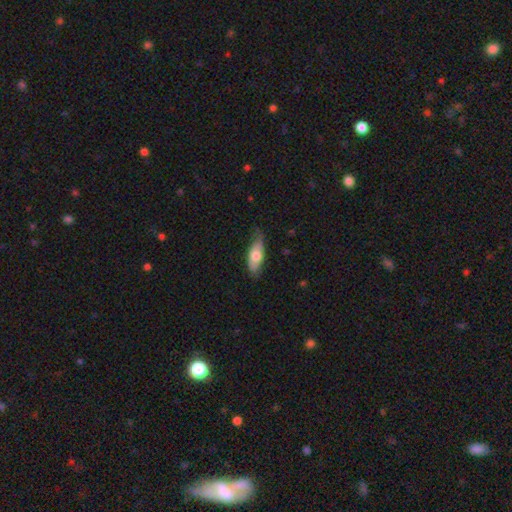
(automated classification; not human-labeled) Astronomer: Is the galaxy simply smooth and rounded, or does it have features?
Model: smooth — 65%.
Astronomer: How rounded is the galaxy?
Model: in between — 73%.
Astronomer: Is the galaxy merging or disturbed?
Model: none — 63%.